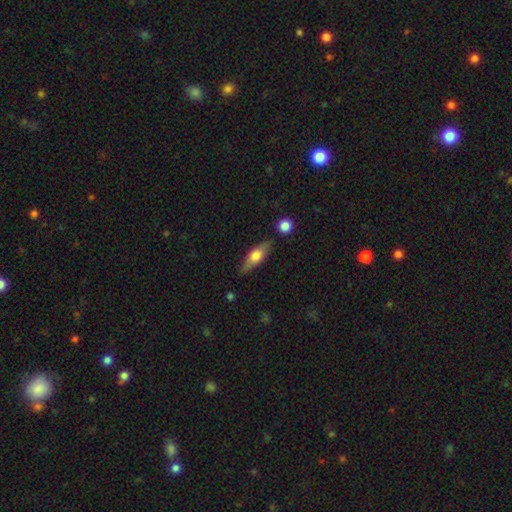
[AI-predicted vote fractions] This is possibly a smooth galaxy (55%). How rounded: possibly in between (57%). Merging: likely none (78%).